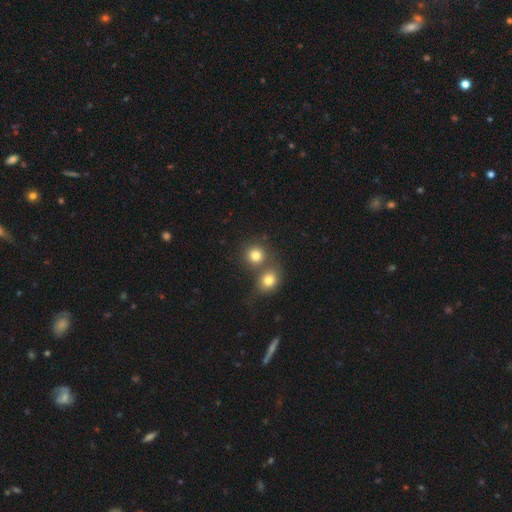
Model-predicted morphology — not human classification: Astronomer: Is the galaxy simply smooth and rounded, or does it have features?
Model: smooth — 79%.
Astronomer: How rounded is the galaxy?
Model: round — 87%.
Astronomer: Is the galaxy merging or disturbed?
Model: none — 55% (runner-up: merger, 35%).